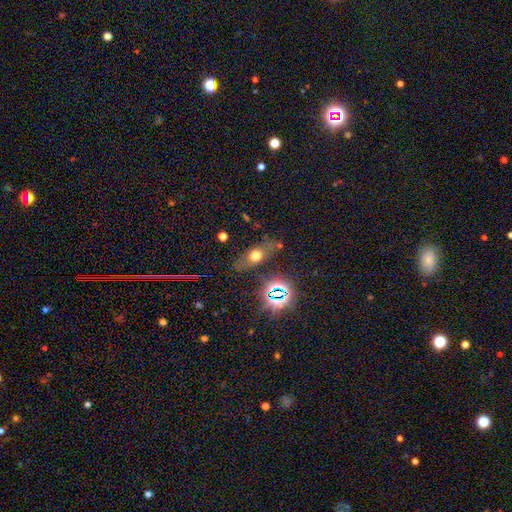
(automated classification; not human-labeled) This appears to be a smooth galaxy with no disk features (49%). Merging: none (74%).